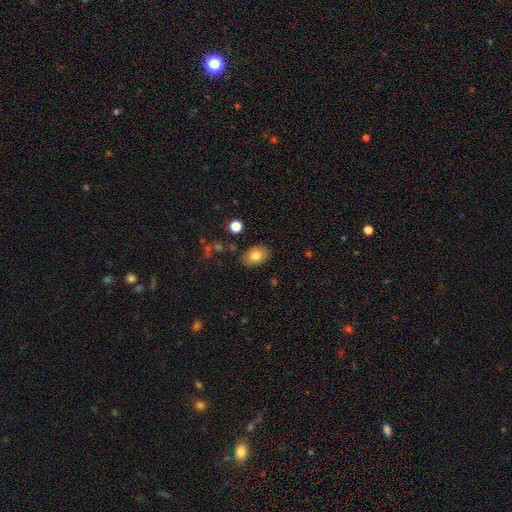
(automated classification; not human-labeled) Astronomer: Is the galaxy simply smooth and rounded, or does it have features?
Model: smooth — 79%.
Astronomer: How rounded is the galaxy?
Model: in between — 80%.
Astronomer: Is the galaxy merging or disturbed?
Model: none — 85%.